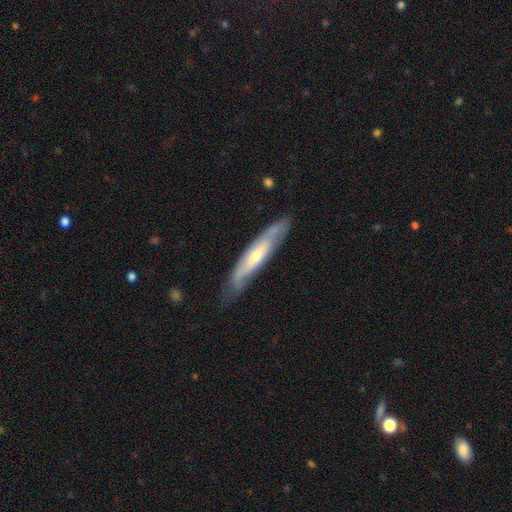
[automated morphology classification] featured or disk 57%, smooth 37%, star or artifact 6%. Down the decision tree: edge-on disk — yes (58%); merging — none (72%).